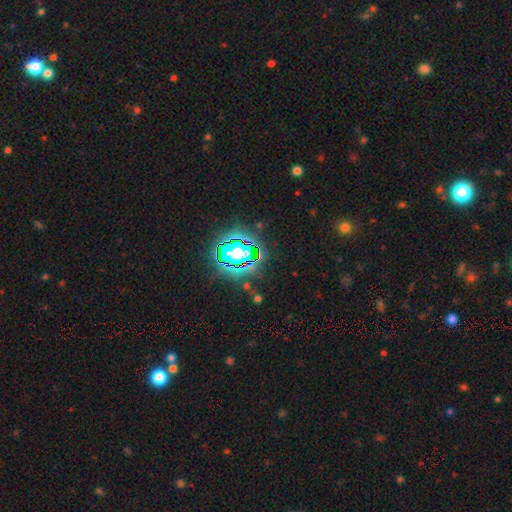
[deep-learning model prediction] This is likely a star or artifact rather than a galaxy (75%).